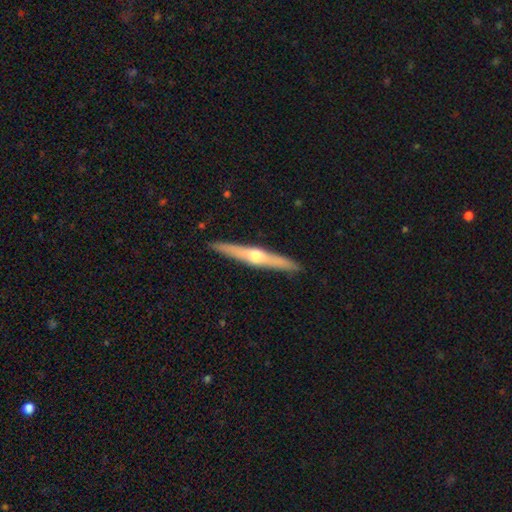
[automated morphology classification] smooth-or-featured: featured or disk: 67% | smooth: 27% | star or artifact: 5%
  disk-edge-on: yes: 97% | no: 3%
    edge-on-bulge: rounded: 91% | none: 6% | boxy: 2%
  merging: none: 91% | minor disturbance: 6% | major disturbance: 1% | merger: 1%